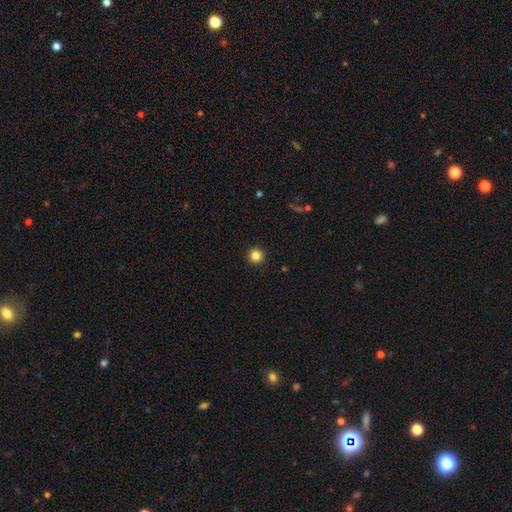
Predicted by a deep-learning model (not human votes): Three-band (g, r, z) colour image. It shows a smooth galaxy with no disk features (84%) that is round (96%). Merging: none (94%).